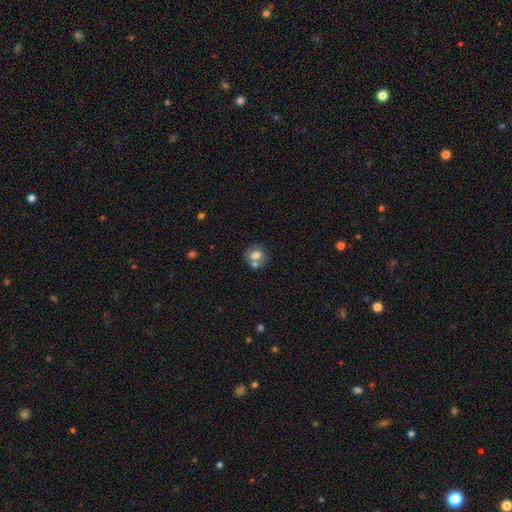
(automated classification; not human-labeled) A smooth galaxy with no disk features (72%) that is round (79%).

Vote fractions:
- Smooth or featured? smooth: 72% / featured or disk: 18% / star or artifact: 10%
- How rounded? round: 79% / in between: 20% / cigar-shaped: 1%
- Merging? none: 54% / merger: 30% / minor disturbance: 12% / major disturbance: 4%